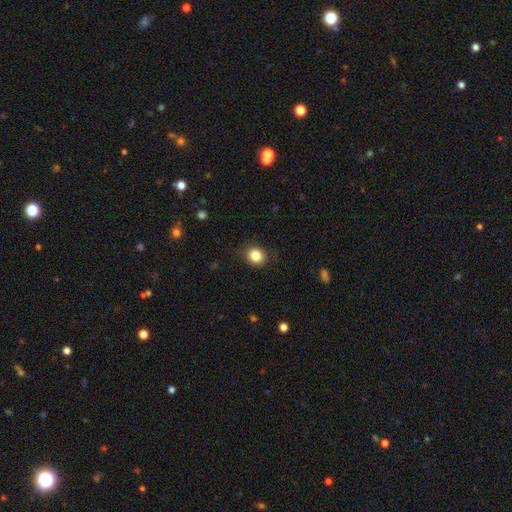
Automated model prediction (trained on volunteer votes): Smooth or featured?
  - smooth: 84% *
  - star or artifact: 11%
  - featured or disk: 5%
How rounded?
  - round: 78% *
  - in between: 21%
  - cigar-shaped: 1%
Merging?
  - none: 86% *
  - minor disturbance: 10%
  - major disturbance: 3%
  - merger: 1%